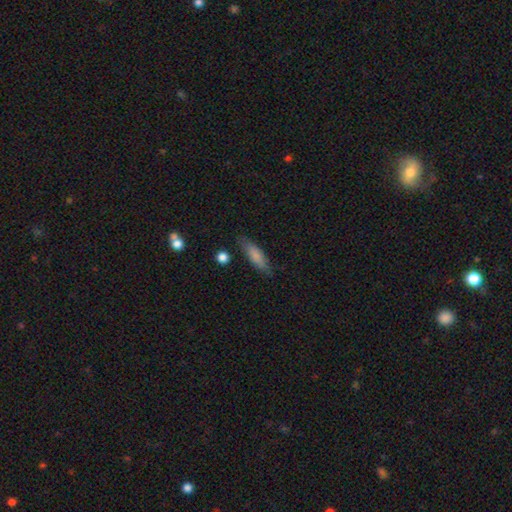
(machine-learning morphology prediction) smooth-or-featured: smooth: 79% | featured or disk: 14% | star or artifact: 7%
  how-rounded: cigar-shaped: 55% | in between: 43% | round: 2%
  merging: none: 77% | minor disturbance: 17% | major disturbance: 4% | merger: 2%